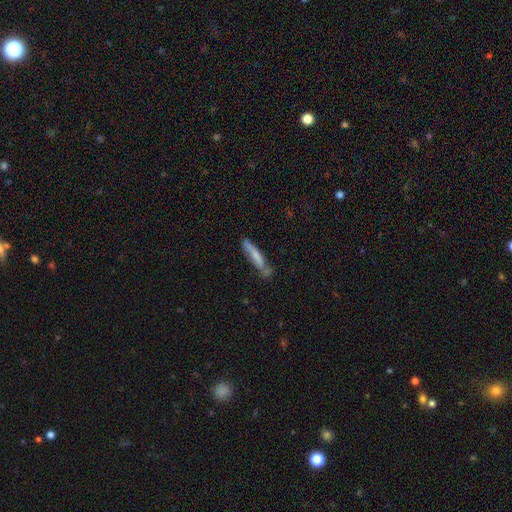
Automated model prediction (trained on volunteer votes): The model was most divided on "smooth or featured": smooth: 64%, featured or disk: 30%, star or artifact: 7%. More confident: how rounded — cigar-shaped (90%); merging — none (64%).